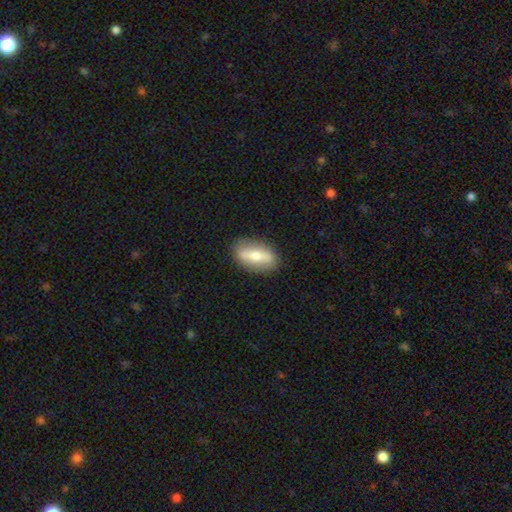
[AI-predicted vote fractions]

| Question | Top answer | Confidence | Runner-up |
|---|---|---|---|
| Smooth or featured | smooth | 50% | featured or disk (43%) |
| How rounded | in between | 78% | cigar-shaped (15%) |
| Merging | none | 86% | minor disturbance (10%) |